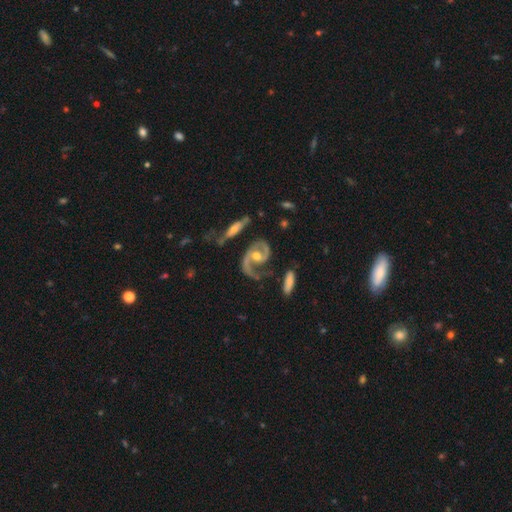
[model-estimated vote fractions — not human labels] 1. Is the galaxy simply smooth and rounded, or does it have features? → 88% featured or disk, 7% smooth, 5% star or artifact.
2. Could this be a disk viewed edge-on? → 96% no, 4% yes.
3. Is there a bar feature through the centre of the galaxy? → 55% no, 32% weak, 14% strong.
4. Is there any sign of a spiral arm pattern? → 95% yes, 5% no.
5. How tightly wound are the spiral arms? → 50% medium, 26% tight, 25% loose.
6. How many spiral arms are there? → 67% 2, 26% 1, 3% can't tell, 1% 3, 1% 4, 1% more than 4.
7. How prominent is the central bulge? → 67% moderate, 24% small, 6% large, 2% none, 1% dominant.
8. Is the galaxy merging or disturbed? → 50% none, 25% major disturbance, 18% minor disturbance, 8% merger.